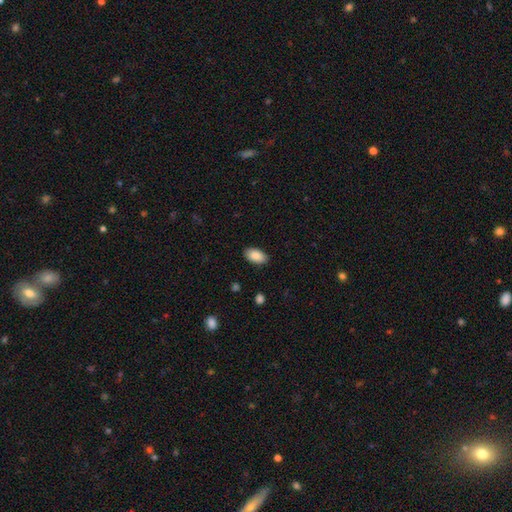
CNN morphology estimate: Smooth or featured? Predicted: smooth (p=0.88). How rounded? Predicted: in between (p=0.95). Merging? Predicted: none (p=0.88).